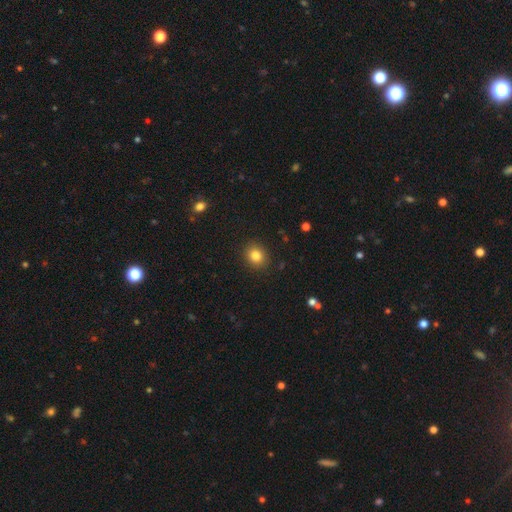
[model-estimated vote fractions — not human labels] A smooth galaxy with no disk features (83%) that is round (73%).

Vote fractions:
- Smooth or featured? smooth: 83% / star or artifact: 11% / featured or disk: 6%
- How rounded? round: 73% / in between: 26% / cigar-shaped: 1%
- Merging? none: 90% / minor disturbance: 7% / major disturbance: 2% / merger: 1%